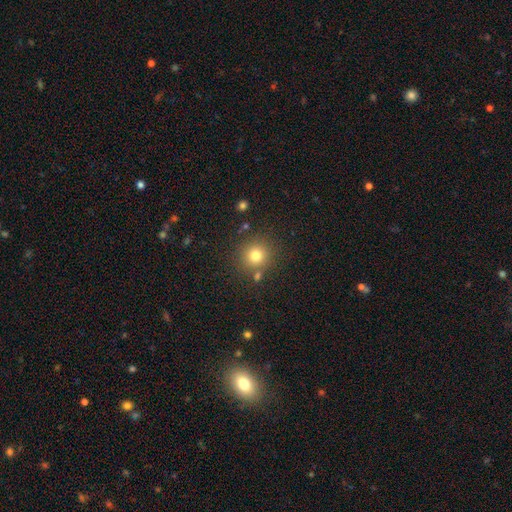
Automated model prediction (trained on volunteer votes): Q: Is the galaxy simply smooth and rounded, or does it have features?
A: smooth — 78%.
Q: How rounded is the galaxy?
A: round — 92%.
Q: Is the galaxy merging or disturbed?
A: none — 82%.